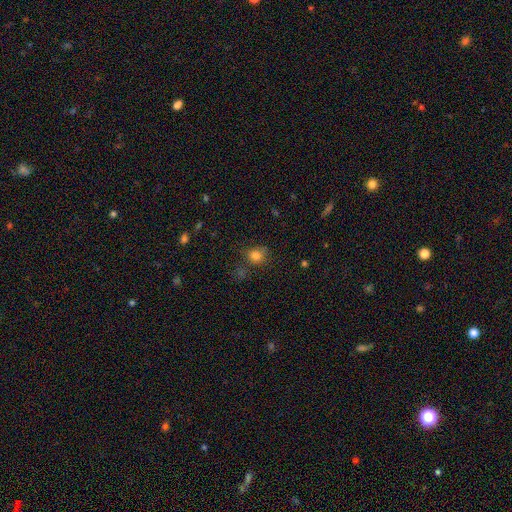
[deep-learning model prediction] Smooth or featured? smooth (80%)
How rounded? round (74%)
Merging? none (70%)